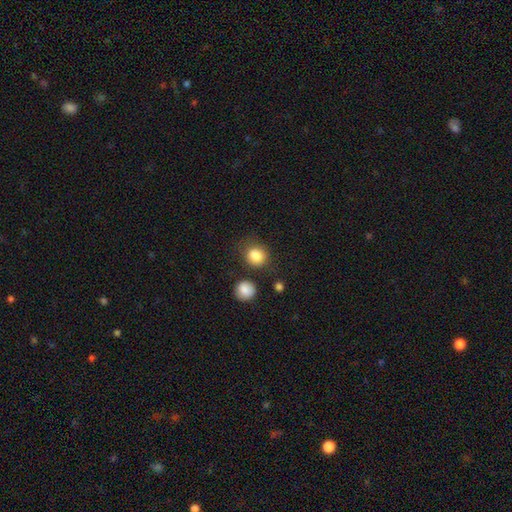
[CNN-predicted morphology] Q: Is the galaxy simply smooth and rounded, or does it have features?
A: smooth — 85%.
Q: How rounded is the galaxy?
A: round — 71%.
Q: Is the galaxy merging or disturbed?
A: none — 68%.